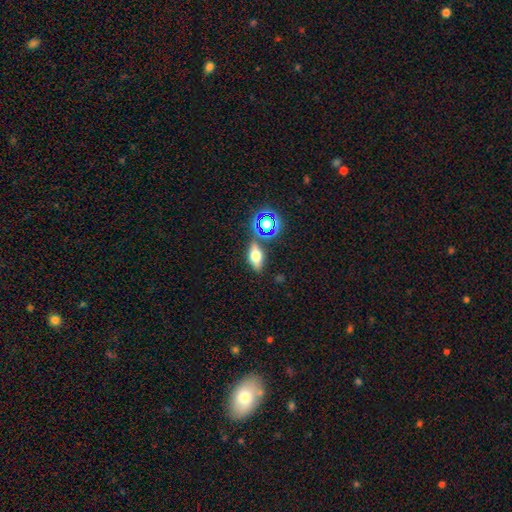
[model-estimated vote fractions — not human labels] Smooth or featured: smooth — 47% (featured or disk — 34%)
Merging: none — 77% (minor disturbance — 12%)